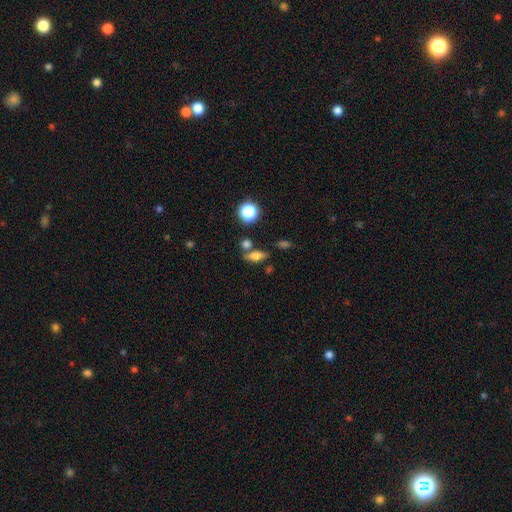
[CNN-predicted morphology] Overall: smooth (64%). How rounded: in between (60%; cigar-shaped 24%). Merging: none (64%).